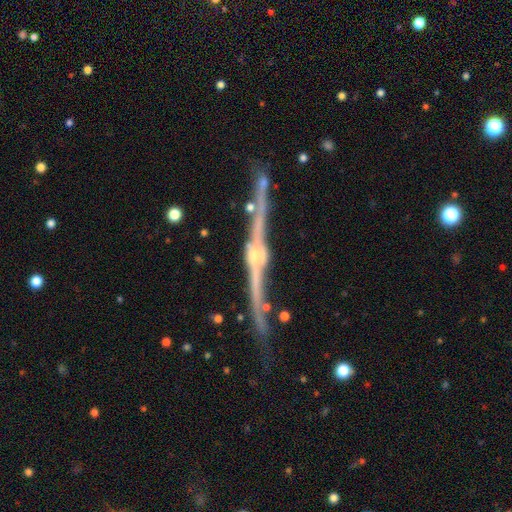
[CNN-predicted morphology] Smooth or featured? Predicted: featured or disk (p=0.90). Edge-on disk? Predicted: yes (p=0.98). Edge-on bulge? Predicted: rounded (p=0.88). Merging? Predicted: none (p=0.80).